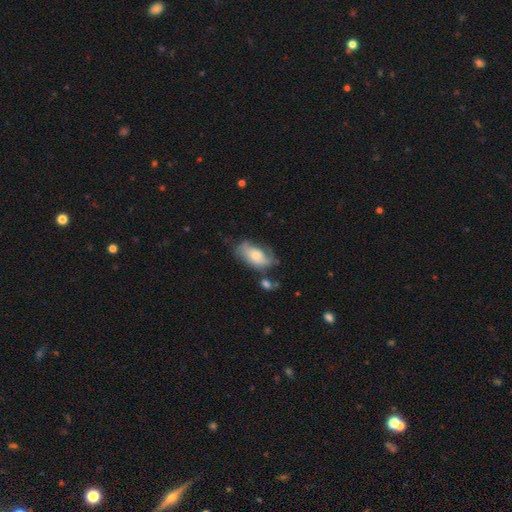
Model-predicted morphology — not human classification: The model was most divided on "smooth or featured": smooth: 50%, featured or disk: 43%, star or artifact: 7%. Remaining: merging — none (45%).